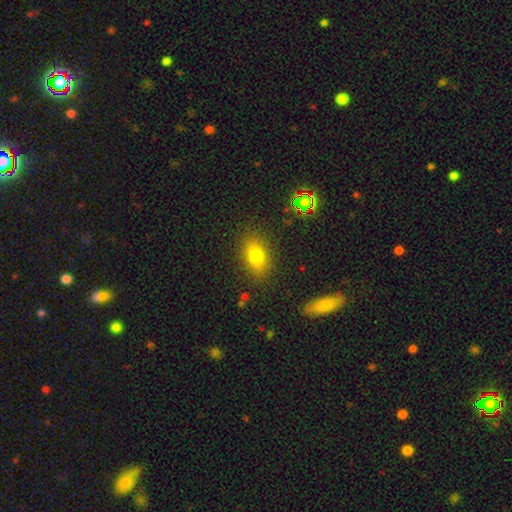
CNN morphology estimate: The model was most divided on "smooth or featured": smooth: 76%, star or artifact: 14%, featured or disk: 11%. More confident: merging — none (85%); how rounded — in between (80%).